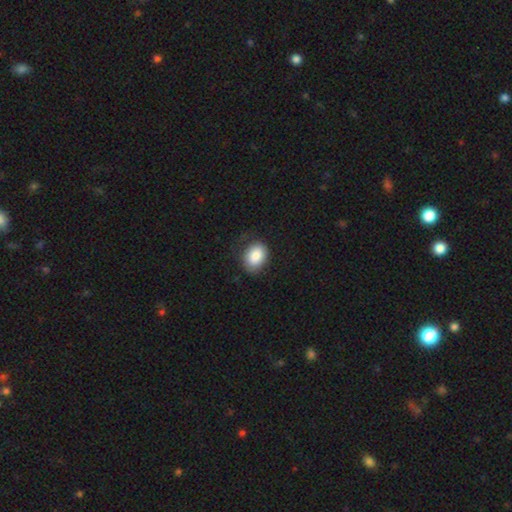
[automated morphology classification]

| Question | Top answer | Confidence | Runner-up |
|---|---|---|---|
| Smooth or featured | smooth | 85% | featured or disk (8%) |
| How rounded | in between | 68% | round (31%) |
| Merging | none | 74% | minor disturbance (19%) |